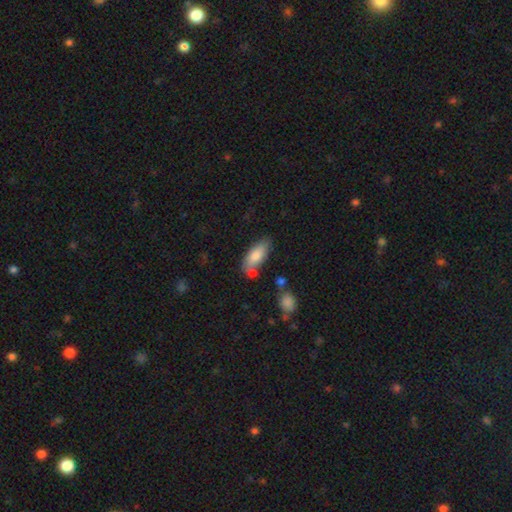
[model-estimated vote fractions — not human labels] Q: Smooth or featured?
A: smooth (80%); runner-up: featured or disk (13%)
Q: How rounded?
A: in between (82%); runner-up: cigar-shaped (16%)
Q: Merging?
A: none (64%); runner-up: minor disturbance (20%)